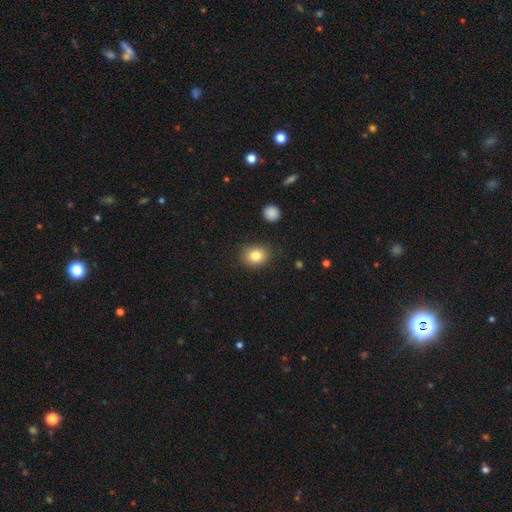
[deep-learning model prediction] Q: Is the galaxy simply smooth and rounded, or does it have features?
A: smooth — 82%.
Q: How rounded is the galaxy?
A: round — 56%.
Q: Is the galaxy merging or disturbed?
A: none — 85%.